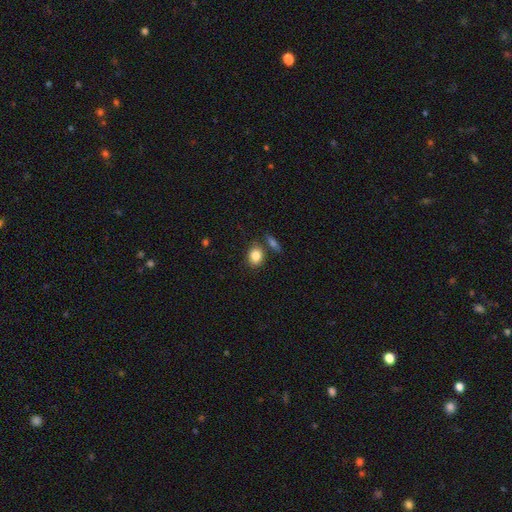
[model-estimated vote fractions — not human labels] This appears to be a smooth galaxy with no disk features (84%) that is in between round and cigar-shaped (51%). Merging: none (73%).